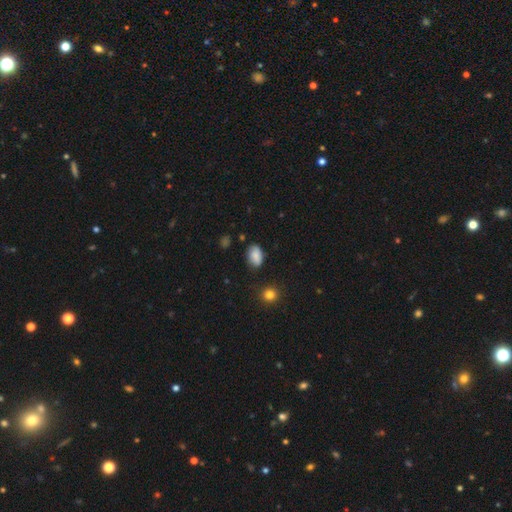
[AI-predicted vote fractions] smooth-or-featured: smooth: 83% | star or artifact: 9% | featured or disk: 8%
  how-rounded: in between: 88% | round: 10% | cigar-shaped: 1%
  merging: none: 73% | minor disturbance: 21% | major disturbance: 4% | merger: 2%